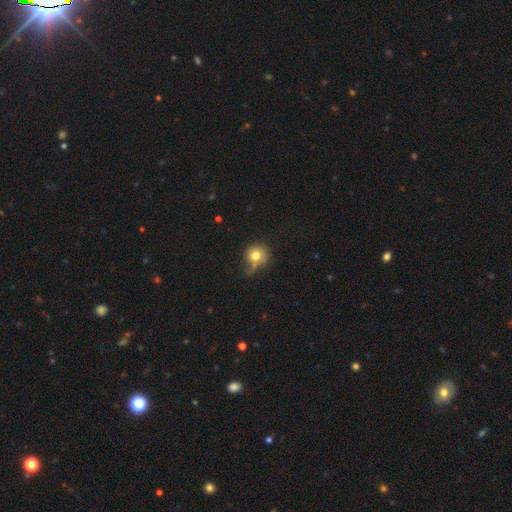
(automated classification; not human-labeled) Morphology: type=smooth (73%); roundness=round (82%); merging=none (42%).